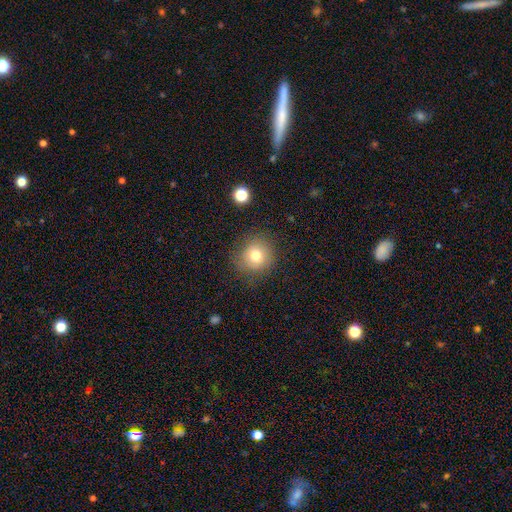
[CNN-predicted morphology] smooth-or-featured: smooth: 75% | star or artifact: 13% | featured or disk: 12%
  how-rounded: round: 89% | in between: 10% | cigar-shaped: 1%
  merging: none: 82% | minor disturbance: 12% | major disturbance: 5% | merger: 2%